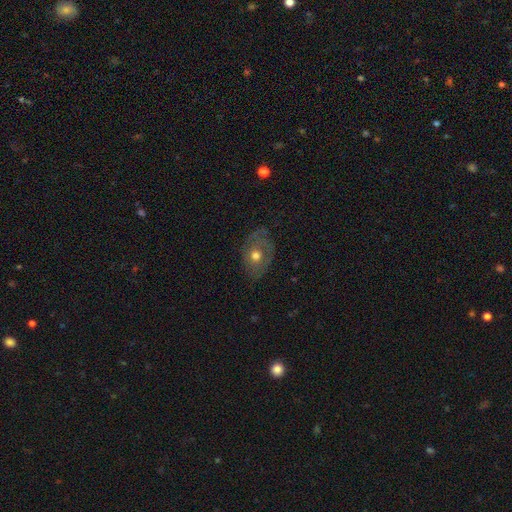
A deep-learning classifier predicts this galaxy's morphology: Q: Smooth or featured?
A: featured or disk (46%); runner-up: smooth (45%)
Q: Merging?
A: none (64%); runner-up: minor disturbance (23%)